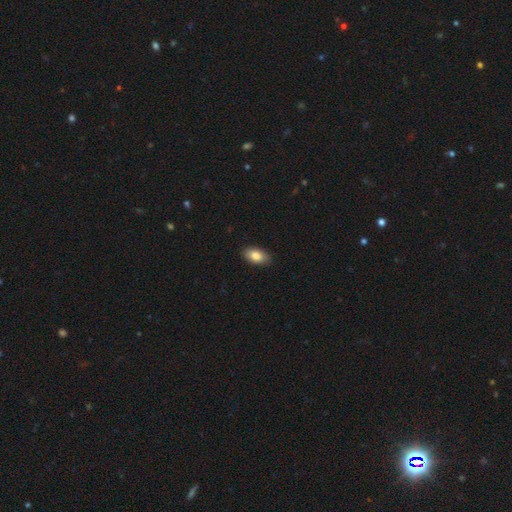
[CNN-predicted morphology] Overall: smooth (85%). How rounded: in between (93%). Merging: none (88%).